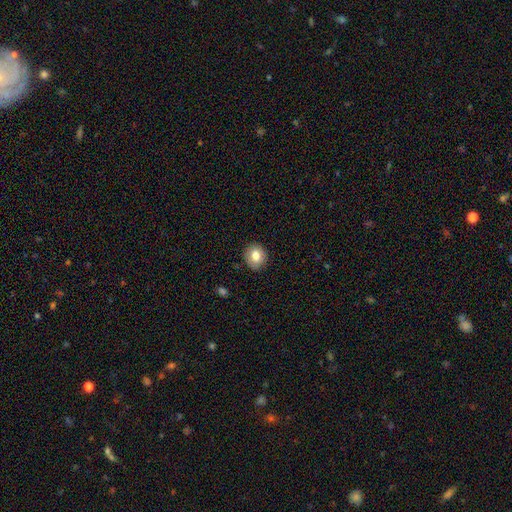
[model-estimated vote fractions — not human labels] This is likely a smooth galaxy (80%). How rounded: likely round (76%). Merging: clearly none (86%).